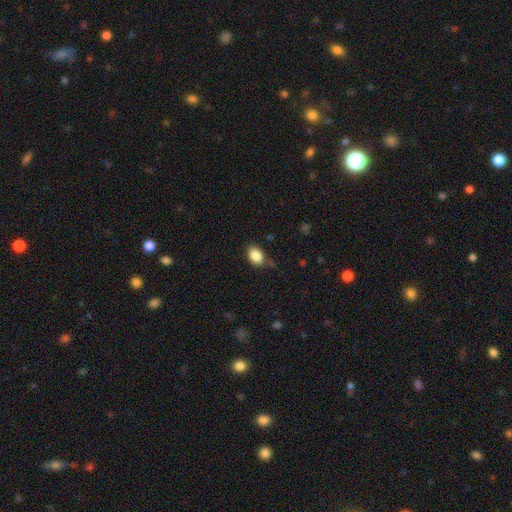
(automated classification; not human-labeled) This appears to be a smooth galaxy with no disk features (87%) that is in between round and cigar-shaped (79%). Merging: none (78%).